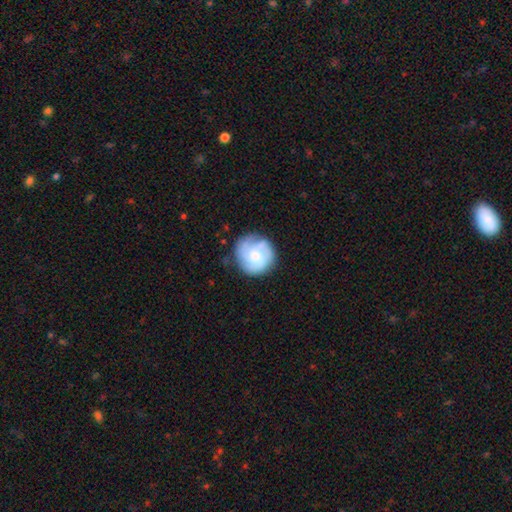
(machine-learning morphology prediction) featured or disk 66%, smooth 28%, star or artifact 6%. Down the decision tree: edge-on disk — no (98%); bar — no (71%); spiral arms — yes (92%); spiral arm count — 3 (44%); spiral winding — tight (49%); bulge size — small (51%); merging — none (77%).